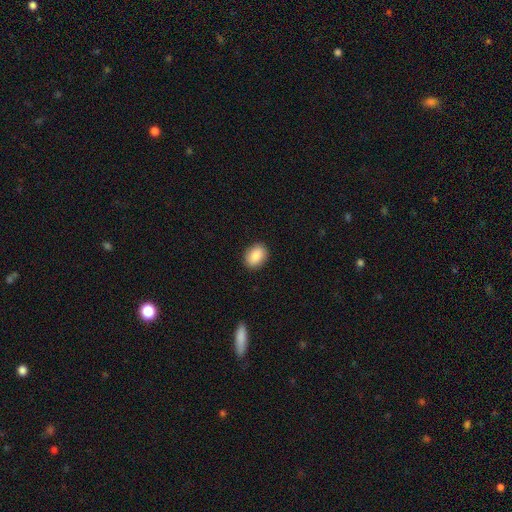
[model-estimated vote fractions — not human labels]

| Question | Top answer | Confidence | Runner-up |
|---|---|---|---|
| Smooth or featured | smooth | 89% | star or artifact (7%) |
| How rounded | in between | 74% | round (25%) |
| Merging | none | 90% | minor disturbance (7%) |